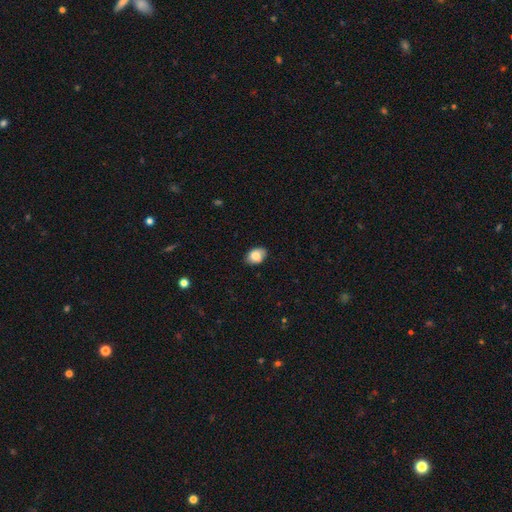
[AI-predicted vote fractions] Smooth or featured? Predicted: smooth (p=0.81). How rounded? Predicted: in between (p=0.81). Merging? Predicted: none (p=0.80).